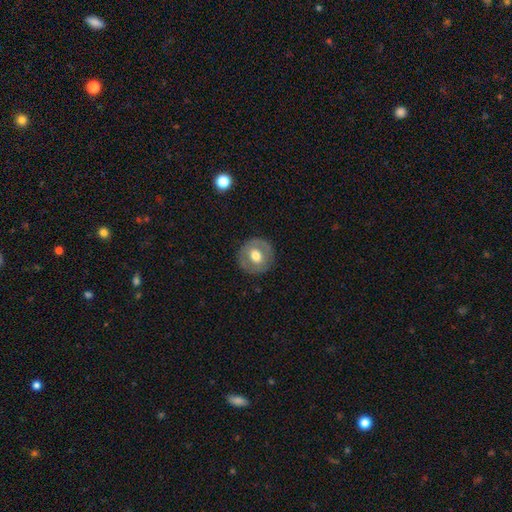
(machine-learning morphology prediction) Overall: smooth (53%; featured or disk 41%). How rounded: round (90%). Merging: none (87%).